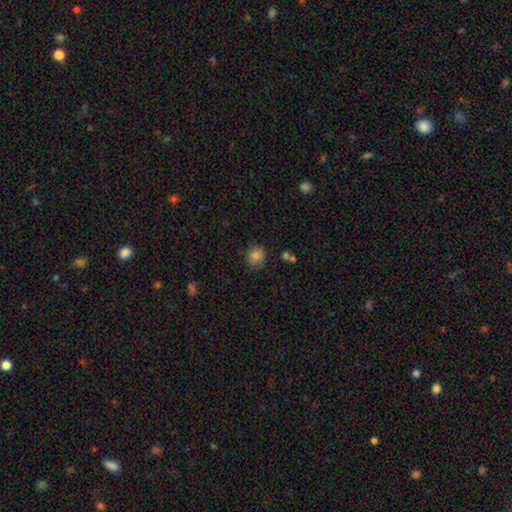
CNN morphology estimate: This is clearly a smooth galaxy (82%). How rounded: clearly round (90%). Merging: clearly none (84%).